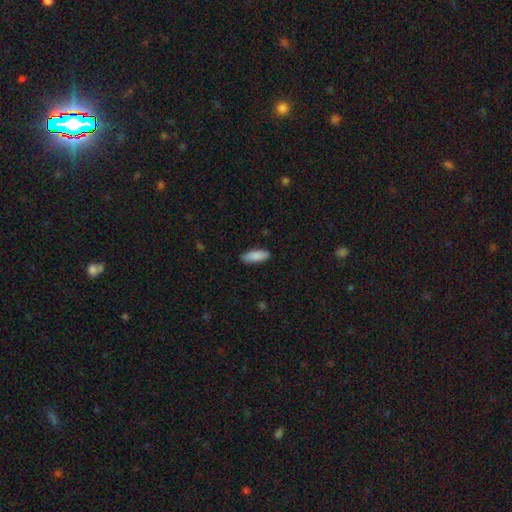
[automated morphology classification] smooth-or-featured: smooth: 89% | star or artifact: 6% | featured or disk: 5%
  how-rounded: in between: 63% | cigar-shaped: 35% | round: 2%
  merging: none: 89% | minor disturbance: 8% | major disturbance: 2% | merger: 1%